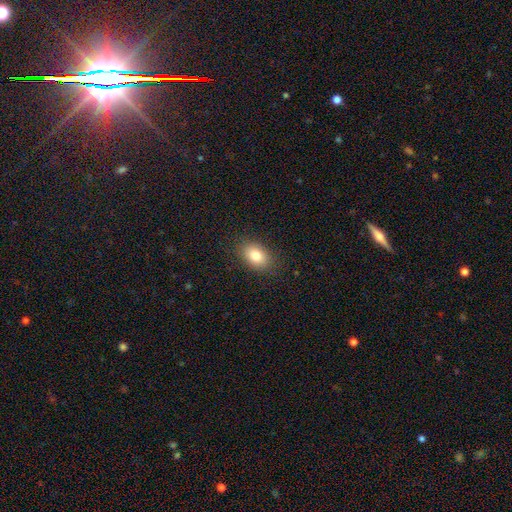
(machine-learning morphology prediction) This is clearly a smooth galaxy (82%). How rounded: clearly in between (82%). Merging: clearly none (87%).